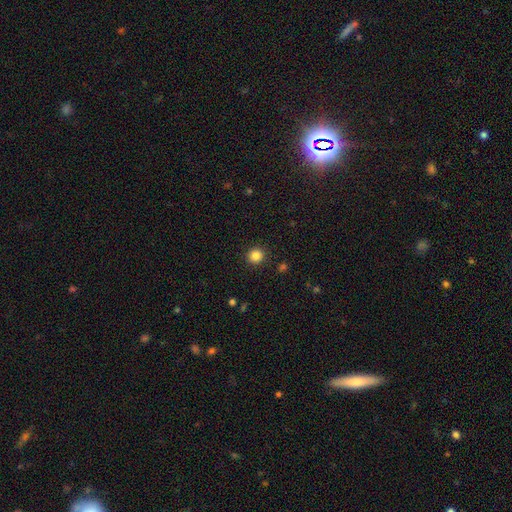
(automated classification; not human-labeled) smooth-or-featured: smooth: 85% | star or artifact: 11% | featured or disk: 4%
  how-rounded: round: 93% | in between: 6% | cigar-shaped: 1%
  merging: none: 92% | minor disturbance: 5% | major disturbance: 2% | merger: 1%